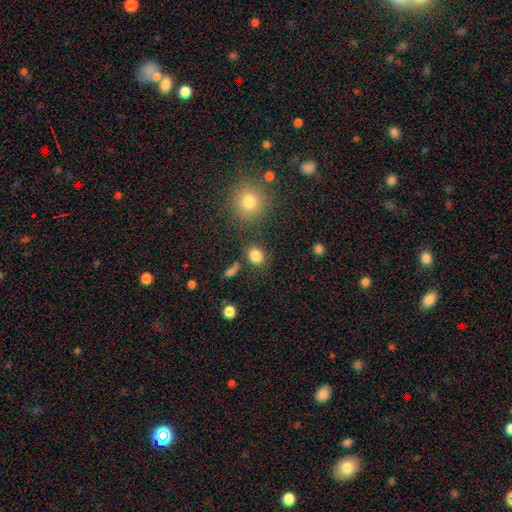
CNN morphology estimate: smooth 83%, star or artifact 12%, featured or disk 5%. Down the decision tree: how rounded — round (63%); merging — none (79%).